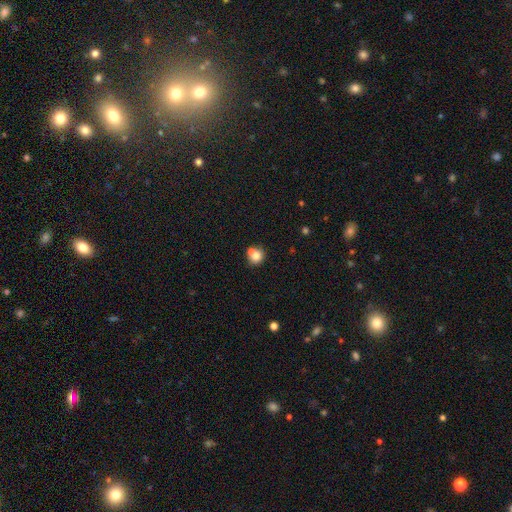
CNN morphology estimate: type=smooth (76%); roundness=round (85%); merging=none (51%).